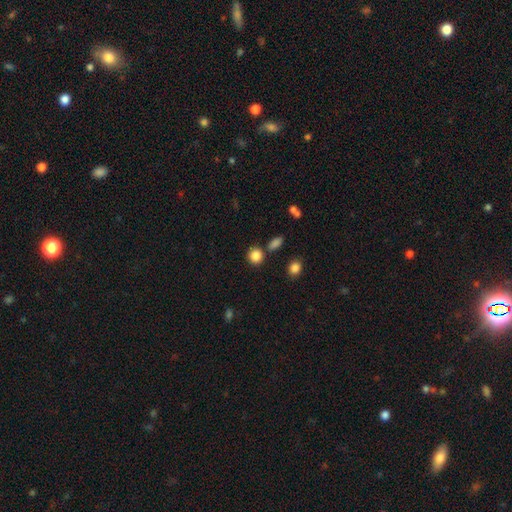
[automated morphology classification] A smooth galaxy with no disk features (86%) that is round (87%). Merging: none (79%).